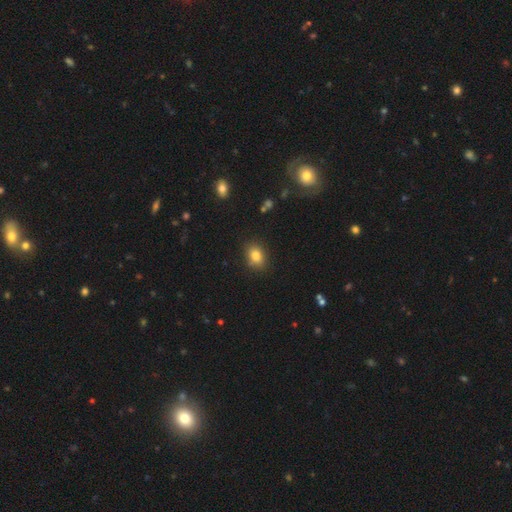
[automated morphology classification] Smooth or featured? Predicted: smooth (p=0.83). How rounded? Predicted: in between (p=0.64). Merging? Predicted: none (p=0.86).